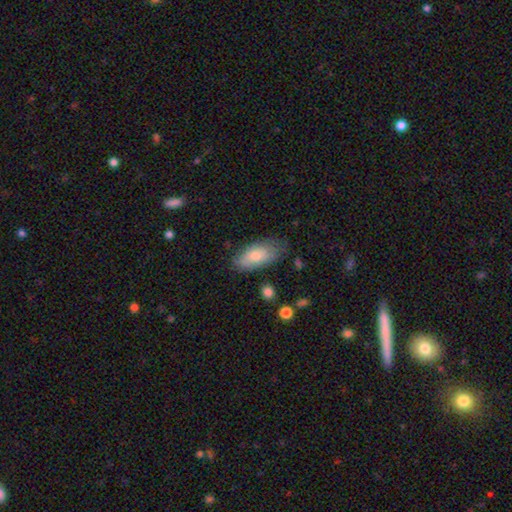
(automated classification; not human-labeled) The model was most divided on "merging": none: 66%, minor disturbance: 25%, major disturbance: 7%, merger: 2%. More confident: how rounded — in between (91%); smooth or featured — smooth (75%).